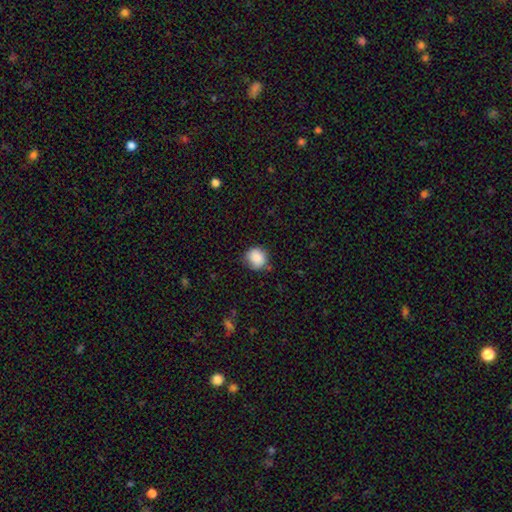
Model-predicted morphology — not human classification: Overall: smooth (86%). How rounded: round (83%). Merging: none (75%).